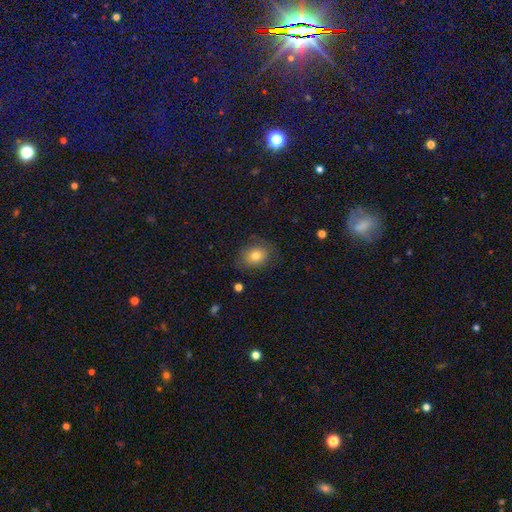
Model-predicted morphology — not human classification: This is likely a smooth galaxy (77%). How rounded: possibly in between (54%). Merging: likely none (77%).